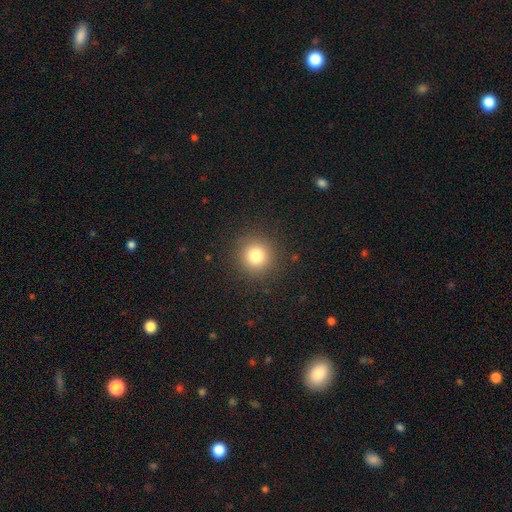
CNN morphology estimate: Smooth or featured?
  - smooth: 80% *
  - star or artifact: 13%
  - featured or disk: 7%
How rounded?
  - round: 94% *
  - in between: 5%
  - cigar-shaped: 1%
Merging?
  - none: 90% *
  - minor disturbance: 6%
  - major disturbance: 3%
  - merger: 1%